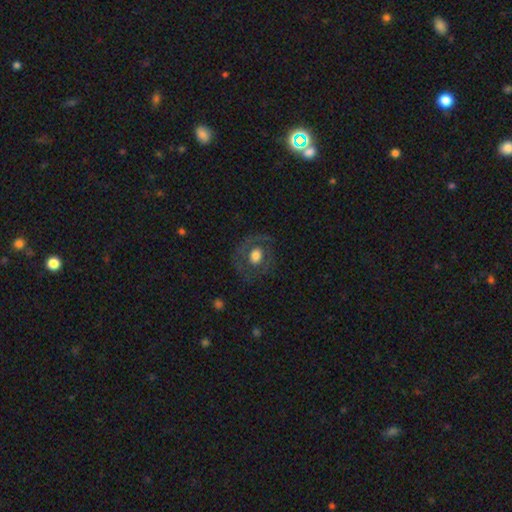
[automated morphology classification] This is possibly a smooth galaxy (50%). Merging: likely none (76%).